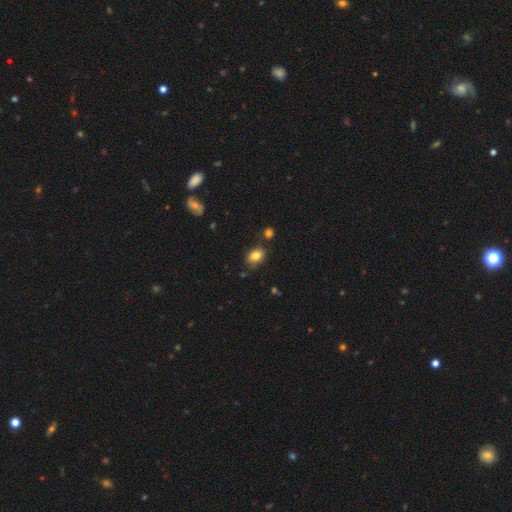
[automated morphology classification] smooth_or_featured: smooth (p=0.82) [alt: star or artifact p=0.10]
how_rounded: in between (p=0.69) [alt: round p=0.30]
merging: none (p=0.76) [alt: minor disturbance p=0.15]